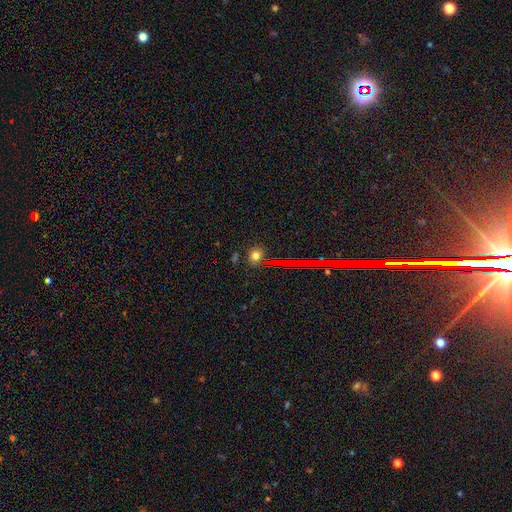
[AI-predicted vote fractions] A smooth galaxy with no disk features (72%) that is round (73%). Merging: none (80%).